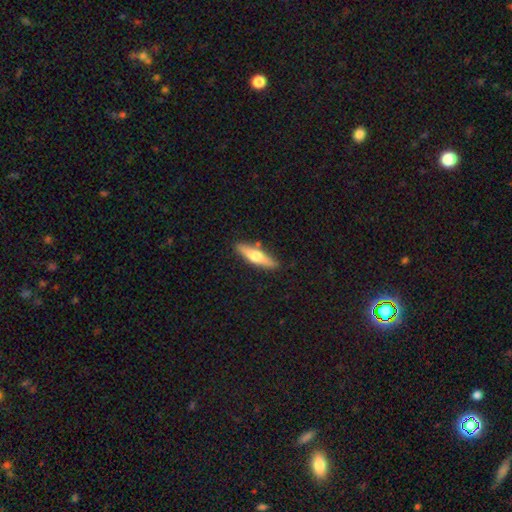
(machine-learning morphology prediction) This is possibly a smooth galaxy (52%). How rounded: likely cigar-shaped (72%). Merging: clearly none (85%).